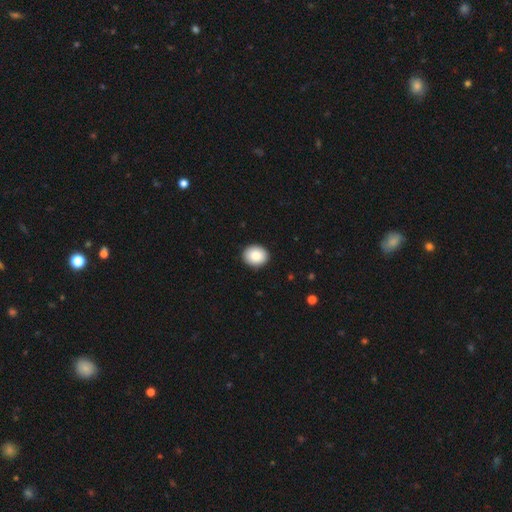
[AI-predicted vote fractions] Smooth or featured? smooth (86%)
How rounded? round (63%)
Merging? none (91%)